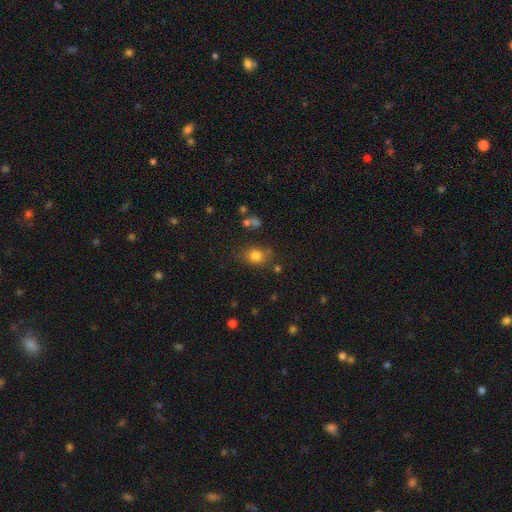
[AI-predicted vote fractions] Smooth or featured?
  - smooth: 79% *
  - star or artifact: 13%
  - featured or disk: 8%
How rounded?
  - round: 56% *
  - in between: 43%
  - cigar-shaped: 1%
Merging?
  - none: 70% *
  - minor disturbance: 17%
  - merger: 6%
  - major disturbance: 6%